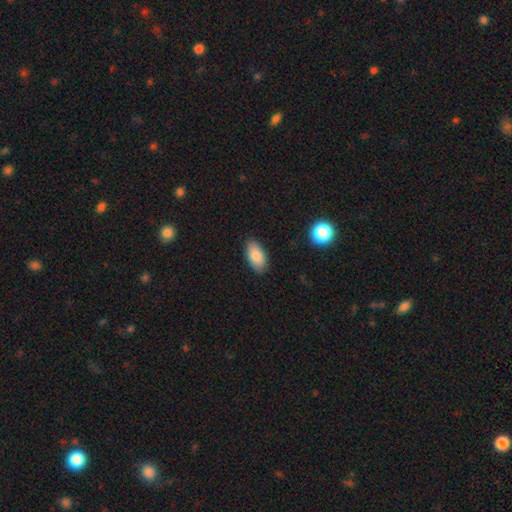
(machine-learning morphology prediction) Smooth or featured? smooth (85%)
How rounded? in between (93%)
Merging? none (86%)